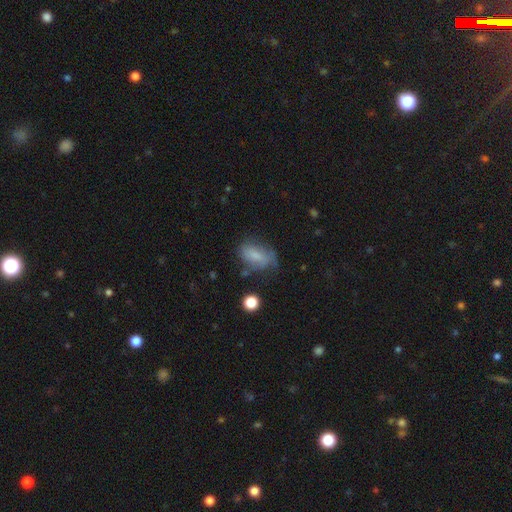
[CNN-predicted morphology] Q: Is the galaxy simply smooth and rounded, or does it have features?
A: smooth — 71%.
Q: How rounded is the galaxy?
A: in between — 87%.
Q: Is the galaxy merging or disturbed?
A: none — 52%.